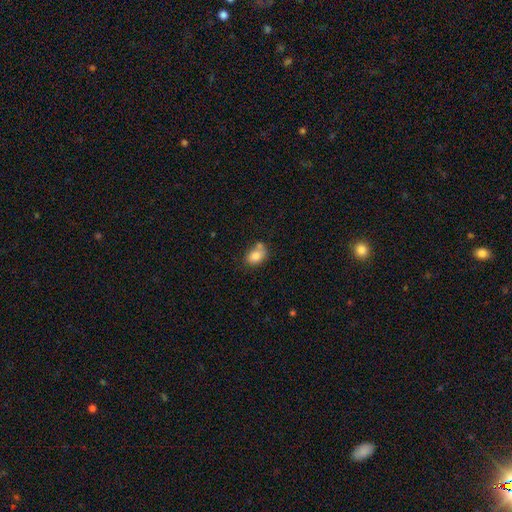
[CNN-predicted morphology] smooth 81%, featured or disk 11%, star or artifact 9%. Down the decision tree: how rounded — in between (73%); merging — none (47%).